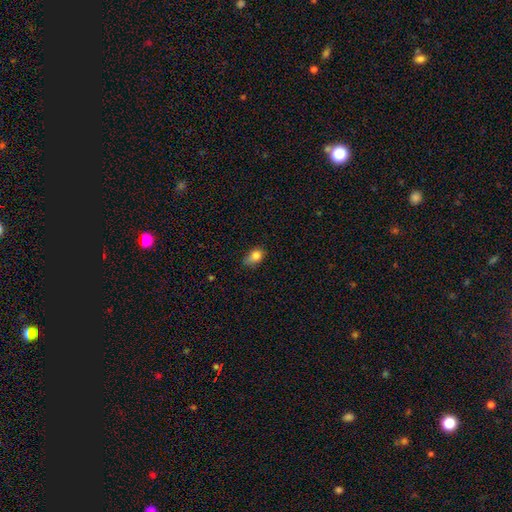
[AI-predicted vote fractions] smooth 82%, star or artifact 10%, featured or disk 8%. Down the decision tree: how rounded — in between (74%); merging — none (51%).